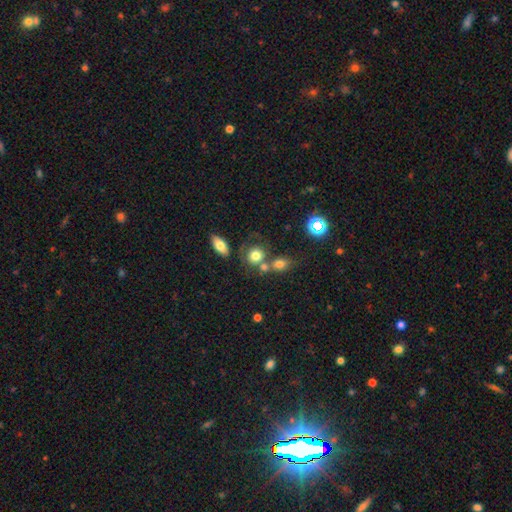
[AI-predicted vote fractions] smooth 73%, star or artifact 13%, featured or disk 13%. Down the decision tree: how rounded — round (73%); merging — none (48%).